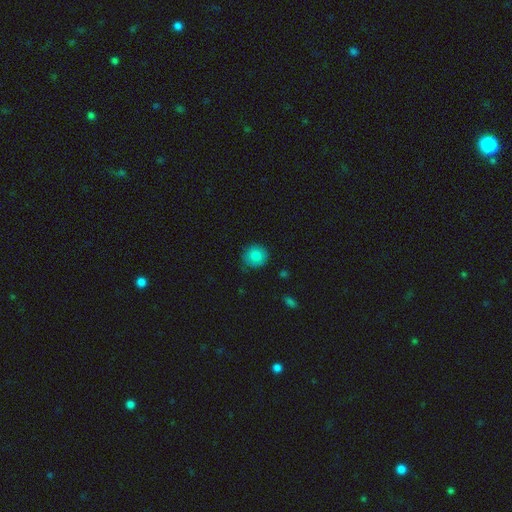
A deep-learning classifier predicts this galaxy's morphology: A smooth galaxy with no disk features (82%) that is round (90%).

Vote fractions:
- Smooth or featured? smooth: 82% / featured or disk: 9% / star or artifact: 9%
- How rounded? round: 90% / in between: 9% / cigar-shaped: 1%
- Merging? none: 83% / minor disturbance: 13% / major disturbance: 2% / merger: 1%